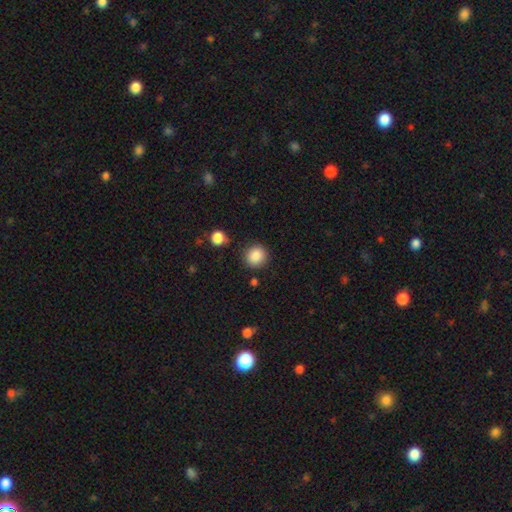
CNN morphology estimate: smooth 87%, star or artifact 9%, featured or disk 4%. Down the decision tree: how rounded — round (90%); merging — none (87%).